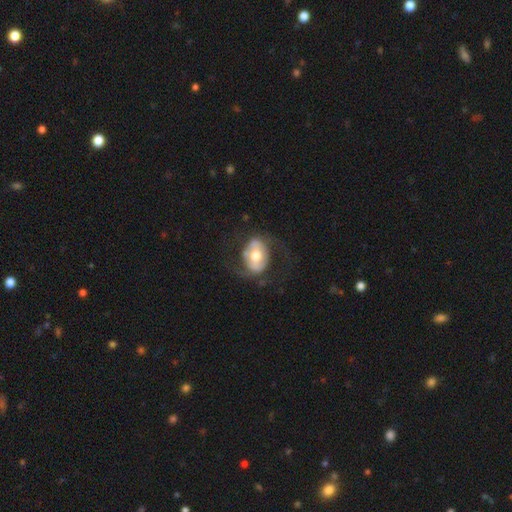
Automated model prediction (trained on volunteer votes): featured or disk 57%, smooth 37%, star or artifact 6%. Down the decision tree: edge-on disk — no (94%); bar — no (45%); spiral arms — no (54%); bulge size — moderate (72%); merging — none (61%).